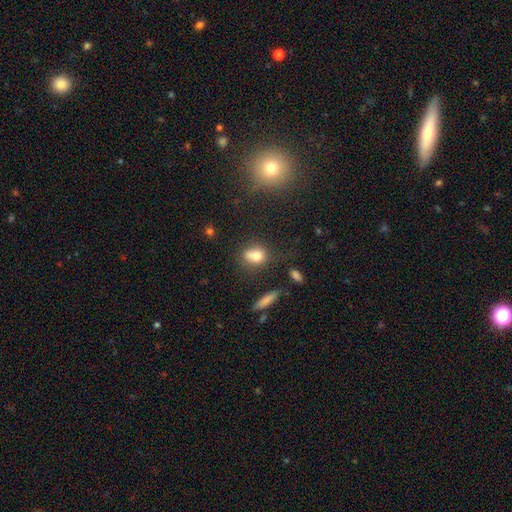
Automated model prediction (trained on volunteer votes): Smooth or featured: smooth — 76% (star or artifact — 12%)
How rounded: in between — 58% (round — 39%)
Merging: none — 54% (minor disturbance — 23%)